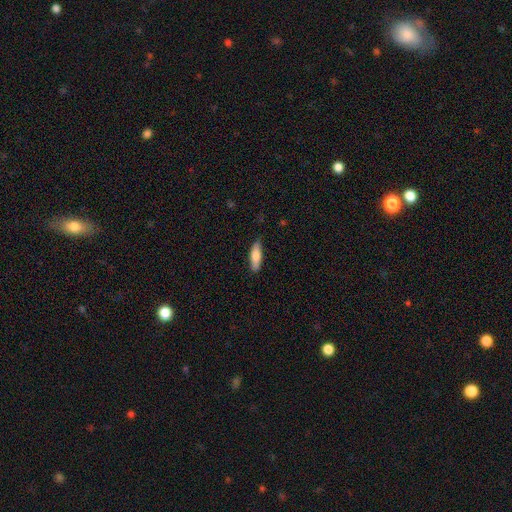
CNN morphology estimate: smooth_or_featured: smooth (p=0.75) [alt: featured or disk p=0.19]
how_rounded: cigar-shaped (p=0.53) [alt: in between p=0.45]
merging: none (p=0.82) [alt: minor disturbance p=0.14]